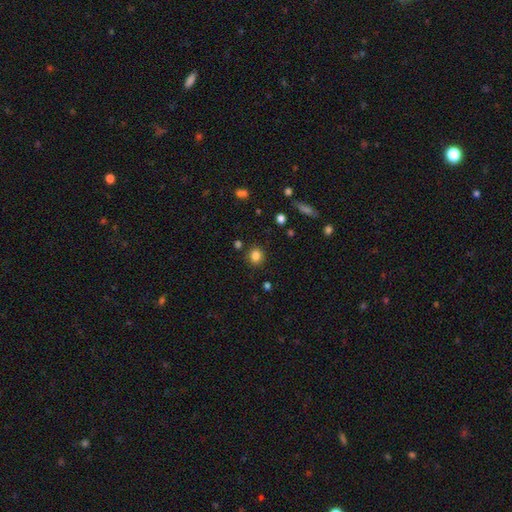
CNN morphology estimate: The model was most divided on "how rounded": round: 75%, in between: 24%, cigar-shaped: 1%. More confident: merging — none (85%); smooth or featured — smooth (83%).